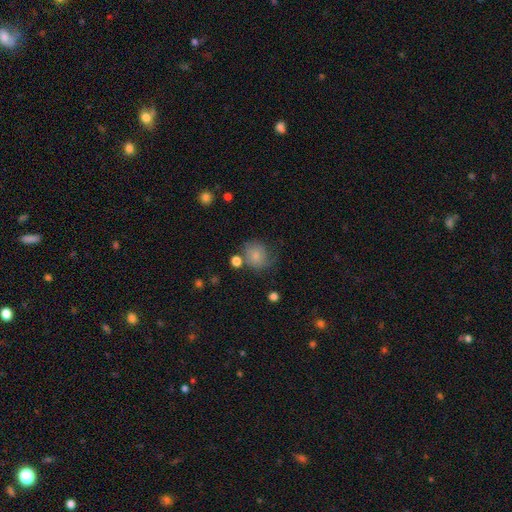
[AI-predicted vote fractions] A smooth galaxy with no disk features (72%) that is round (77%).

Vote fractions:
- Smooth or featured? smooth: 72% / featured or disk: 18% / star or artifact: 10%
- How rounded? round: 77% / in between: 22% / cigar-shaped: 1%
- Merging? none: 55% / minor disturbance: 24% / major disturbance: 14% / merger: 8%